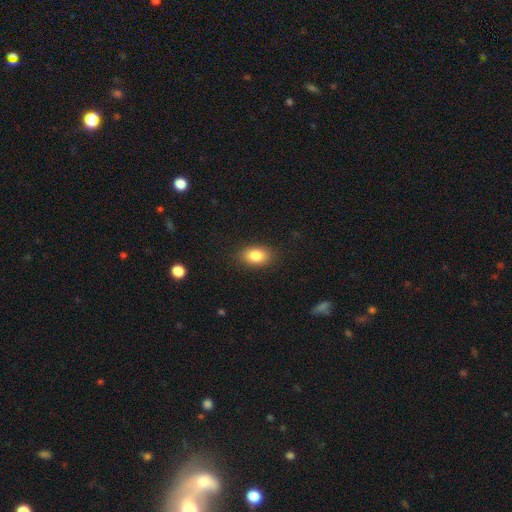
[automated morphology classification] The model was most divided on "how rounded": in between: 85%, round: 13%, cigar-shaped: 2%. More confident: merging — none (86%); smooth or featured — smooth (84%).